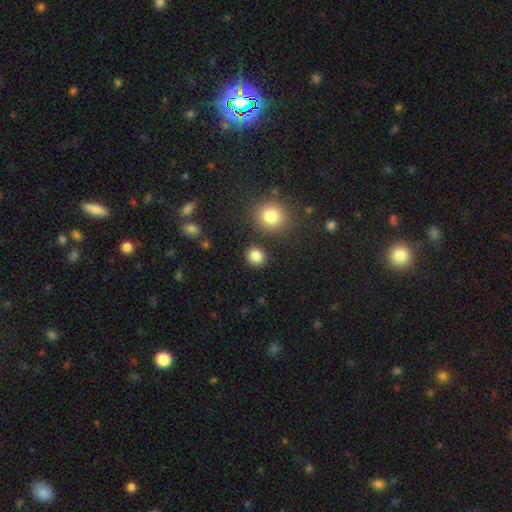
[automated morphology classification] type=smooth (85%); roundness=round (84%); merging=none (87%).